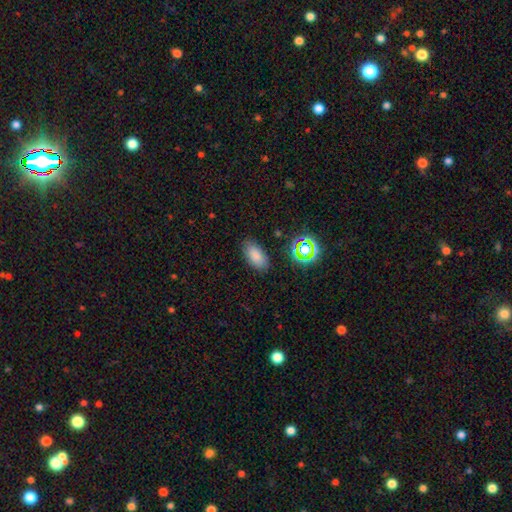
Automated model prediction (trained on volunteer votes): This appears to be a smooth galaxy with no disk features (79%) that is in between round and cigar-shaped (91%). Merging: none (84%).